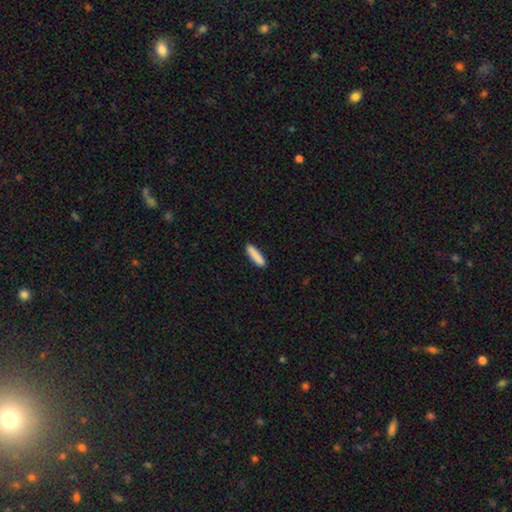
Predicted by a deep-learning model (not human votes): A smooth galaxy with no disk features (88%) that is cigar-shaped (79%).

Vote fractions:
- Smooth or featured? smooth: 88% / star or artifact: 6% / featured or disk: 5%
- How rounded? cigar-shaped: 79% / in between: 20% / round: 1%
- Merging? none: 89% / minor disturbance: 8% / major disturbance: 2% / merger: 1%